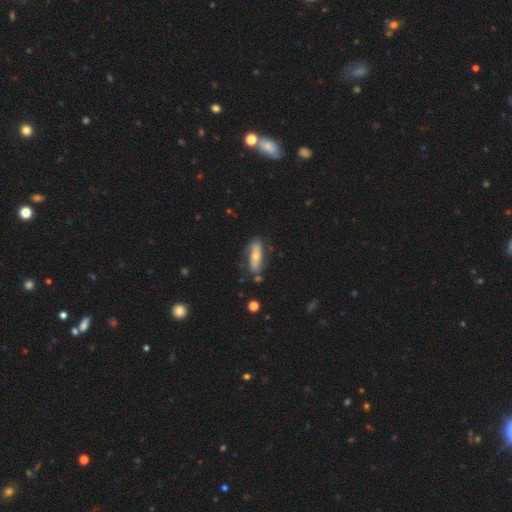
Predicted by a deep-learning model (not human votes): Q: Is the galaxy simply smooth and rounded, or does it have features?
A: featured or disk — 50%.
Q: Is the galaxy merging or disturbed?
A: none — 67%.